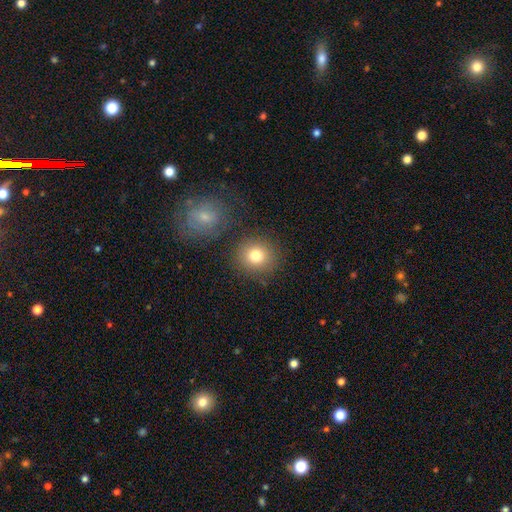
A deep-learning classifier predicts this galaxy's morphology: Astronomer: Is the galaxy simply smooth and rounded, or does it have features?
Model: smooth — 80%.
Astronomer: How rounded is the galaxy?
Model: round — 87%.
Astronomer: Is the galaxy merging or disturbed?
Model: none — 81%.